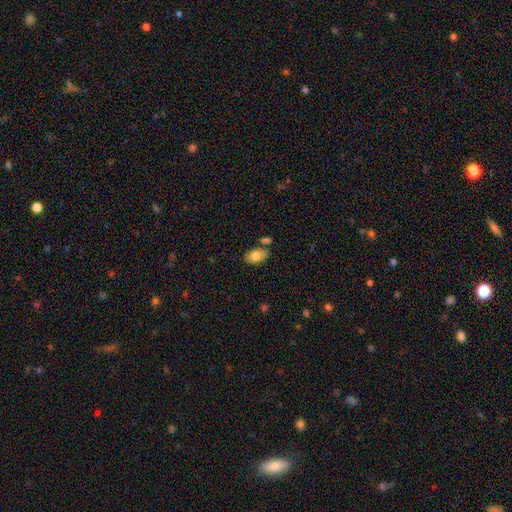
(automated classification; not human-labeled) Smooth or featured? smooth (78%)
How rounded? in between (92%)
Merging? none (71%)